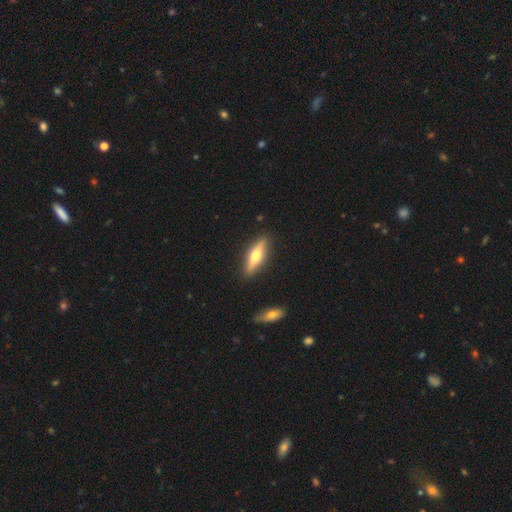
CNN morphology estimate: smooth_or_featured: featured or disk (p=0.53) [alt: smooth p=0.42]
disk_edge_on: yes (p=0.92) [alt: no p=0.08]
merging: none (p=0.87) [alt: minor disturbance p=0.08]